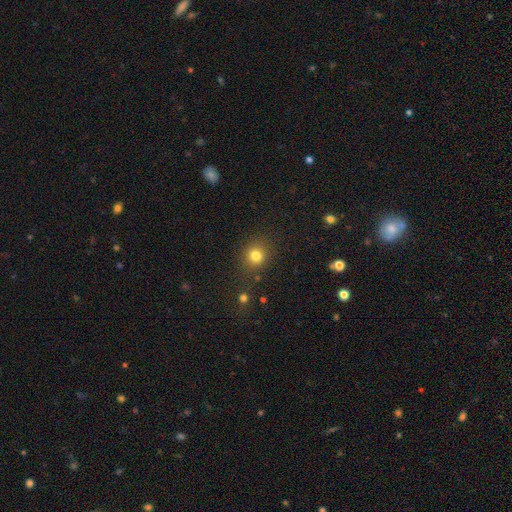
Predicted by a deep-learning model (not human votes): A smooth galaxy with no disk features (80%) that is round (86%).

Vote fractions:
- Smooth or featured? smooth: 80% / star or artifact: 14% / featured or disk: 6%
- How rounded? round: 86% / in between: 13% / cigar-shaped: 1%
- Merging? none: 83% / minor disturbance: 9% / major disturbance: 4% / merger: 4%